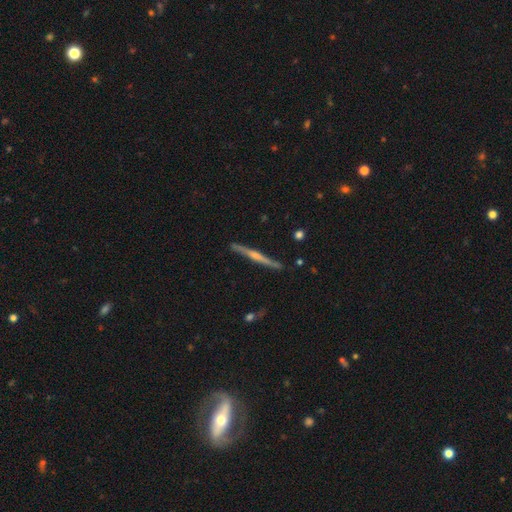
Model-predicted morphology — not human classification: This is likely a featured or disk galaxy (73%). It is clearly viewed edge-on (98%). Edge-on bulge: possibly rounded (54%). Merging: clearly none (87%).